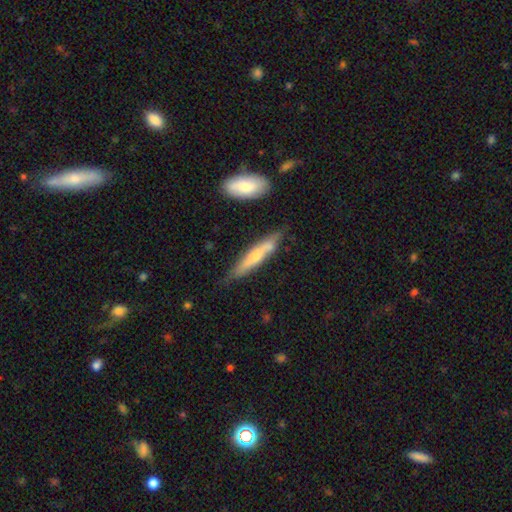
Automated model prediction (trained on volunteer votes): smooth 50%, featured or disk 45%, star or artifact 6%. Down the decision tree: merging — none (67%).